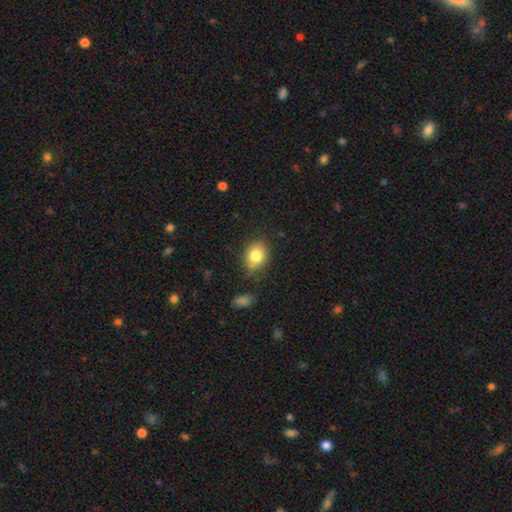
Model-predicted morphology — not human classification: Smooth or featured? smooth (82%)
How rounded? round (51%)
Merging? none (74%)